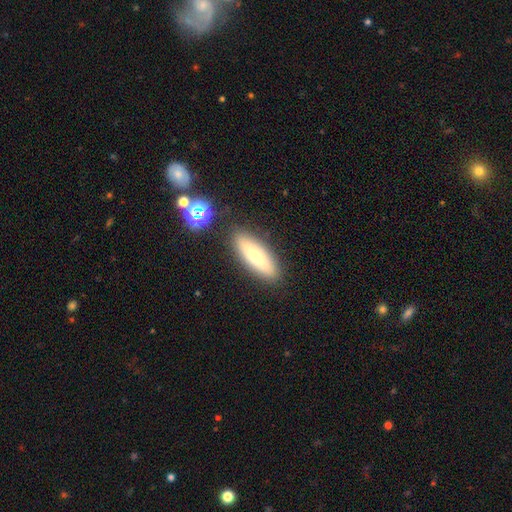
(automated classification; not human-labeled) This is likely a smooth galaxy (64%). How rounded: possibly in between (54%). Merging: clearly none (85%).